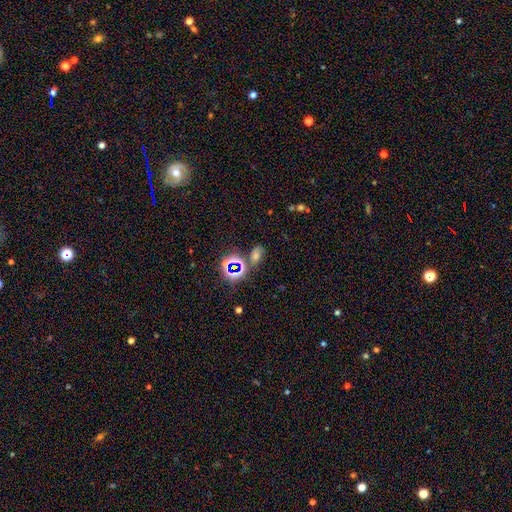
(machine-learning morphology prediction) Smooth or featured?
  - star or artifact: 52% *
  - smooth: 35%
  - featured or disk: 13%